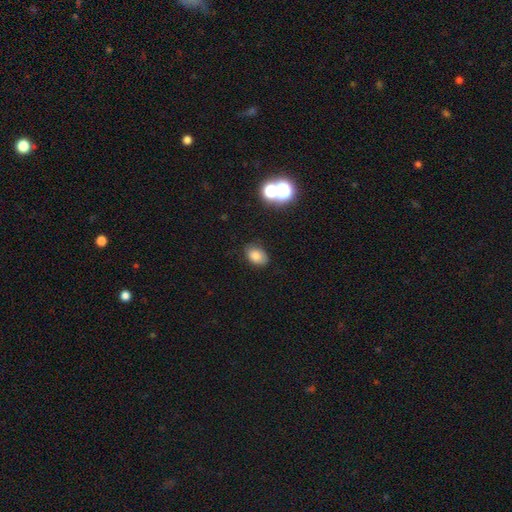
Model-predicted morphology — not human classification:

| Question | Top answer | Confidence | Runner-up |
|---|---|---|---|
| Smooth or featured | smooth | 79% | star or artifact (12%) |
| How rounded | in between | 80% | round (18%) |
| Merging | none | 78% | minor disturbance (16%) |